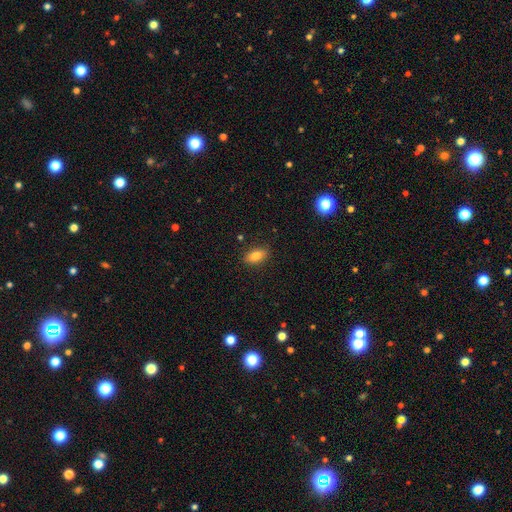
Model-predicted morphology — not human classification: type=smooth (82%); roundness=in between (89%); merging=none (87%).